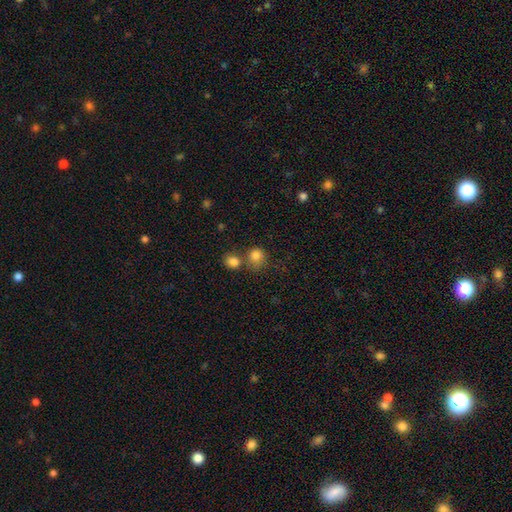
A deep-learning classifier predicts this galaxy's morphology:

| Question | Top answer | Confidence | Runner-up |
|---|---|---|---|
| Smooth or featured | smooth | 82% | star or artifact (11%) |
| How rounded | round | 81% | in between (18%) |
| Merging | none | 51% | merger (31%) |